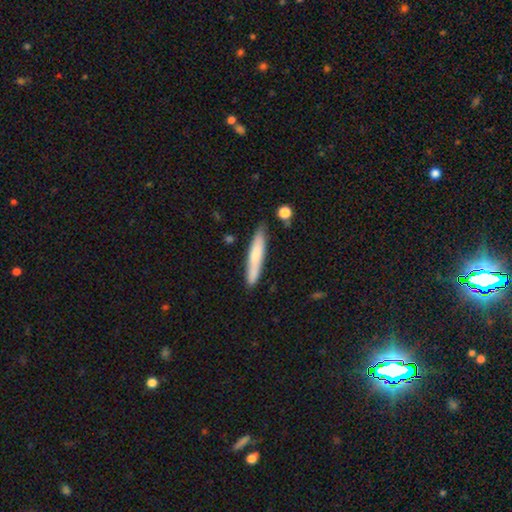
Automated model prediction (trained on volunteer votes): Morphology: type=smooth (68%); roundness=cigar-shaped (91%); merging=none (81%).